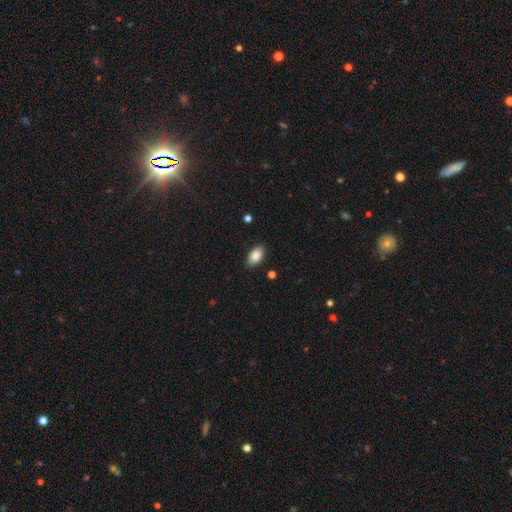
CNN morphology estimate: A smooth galaxy with no disk features (87%) that is in between round and cigar-shaped (93%). Merging: none (84%).